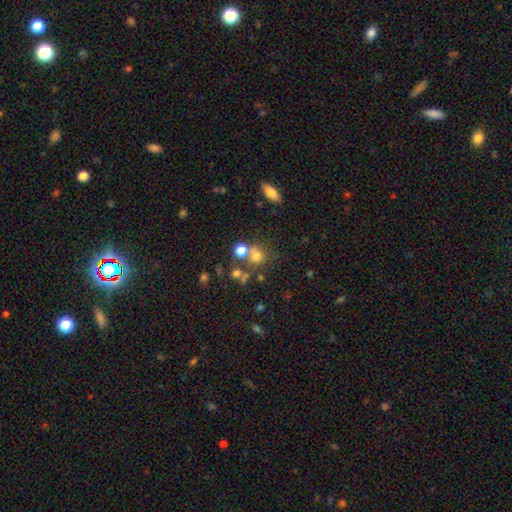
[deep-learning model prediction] smooth-or-featured: smooth: 68% | star or artifact: 19% | featured or disk: 13%
  how-rounded: round: 83% | in between: 16% | cigar-shaped: 1%
  merging: none: 54% | merger: 31% | minor disturbance: 10% | major disturbance: 5%